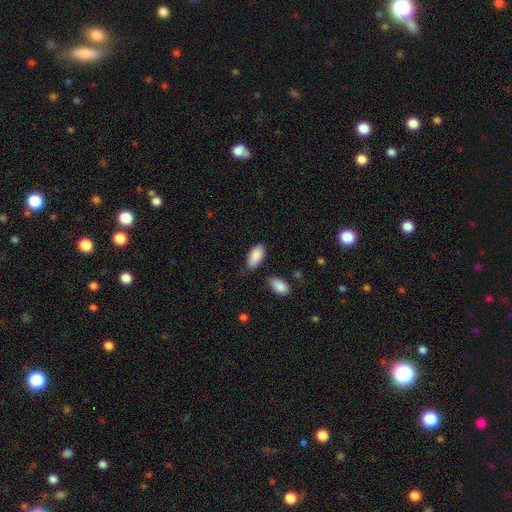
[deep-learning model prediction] This appears to be a smooth galaxy with no disk features (89%) that is in between round and cigar-shaped (93%). Merging: none (75%).